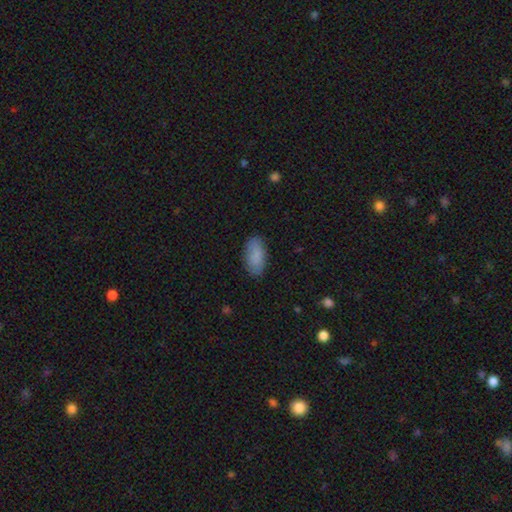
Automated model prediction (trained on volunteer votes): The model was most divided on "merging": none: 85%, minor disturbance: 12%, major disturbance: 3%, merger: 1%. More confident: how rounded — in between (92%); smooth or featured — smooth (87%).